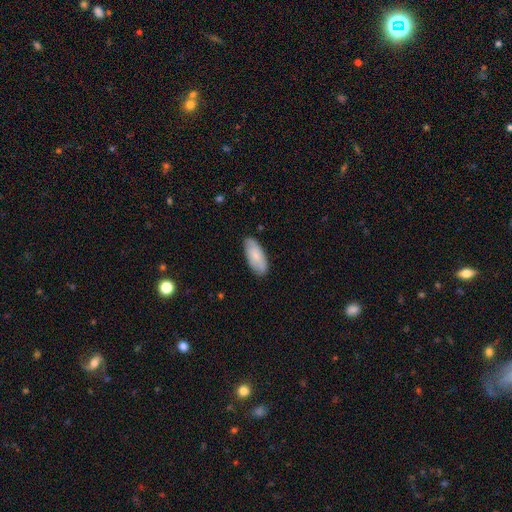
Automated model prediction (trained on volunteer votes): This appears to be a smooth galaxy with no disk features (75%) that is in between round and cigar-shaped (86%). Merging: none (83%).